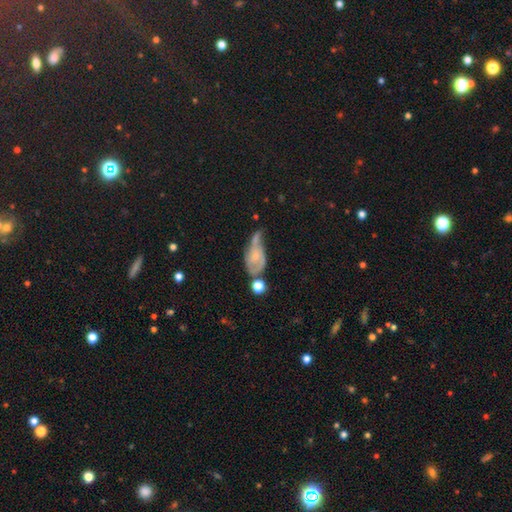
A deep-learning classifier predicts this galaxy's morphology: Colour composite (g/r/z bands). It shows a featured or disk galaxy (60%) with no bar (73%), spiral arms (76%) and a small central bulge (65%). Merging: major disturbance (28%).